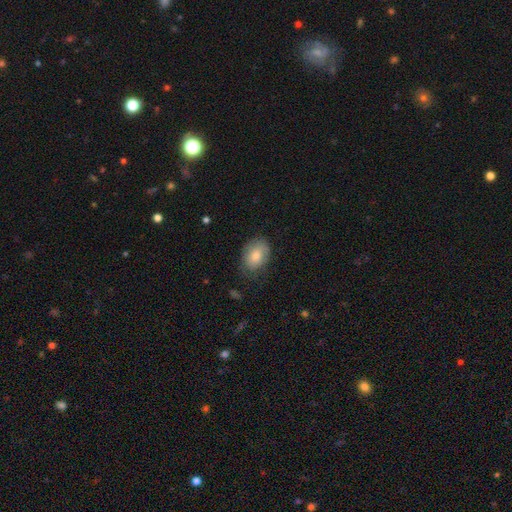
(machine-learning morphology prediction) smooth_or_featured: smooth (p=0.75) [alt: featured or disk p=0.18]
how_rounded: in between (p=0.77) [alt: round p=0.22]
merging: none (p=0.69) [alt: minor disturbance p=0.23]